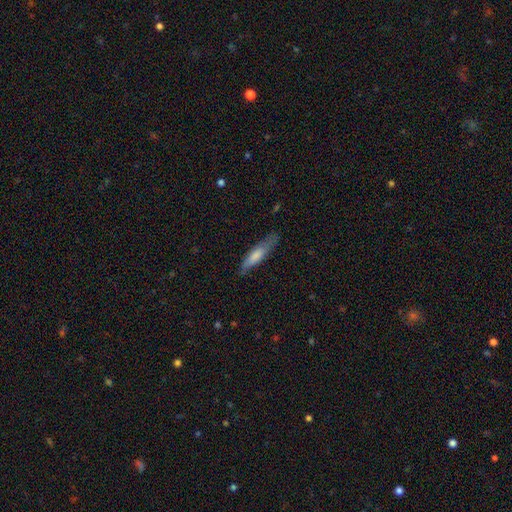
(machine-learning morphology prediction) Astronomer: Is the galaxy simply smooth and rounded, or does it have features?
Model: smooth — 68%.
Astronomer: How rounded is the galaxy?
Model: cigar-shaped — 77%.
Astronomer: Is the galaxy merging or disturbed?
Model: none — 74%.